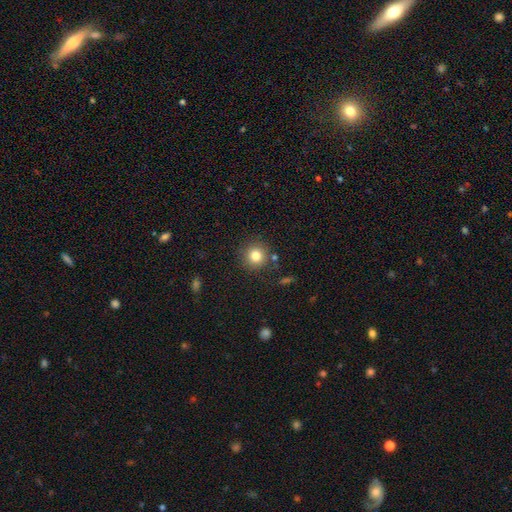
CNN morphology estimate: Smooth or featured: smooth — 81% (star or artifact — 11%)
How rounded: round — 93% (in between — 6%)
Merging: none — 85% (minor disturbance — 8%)